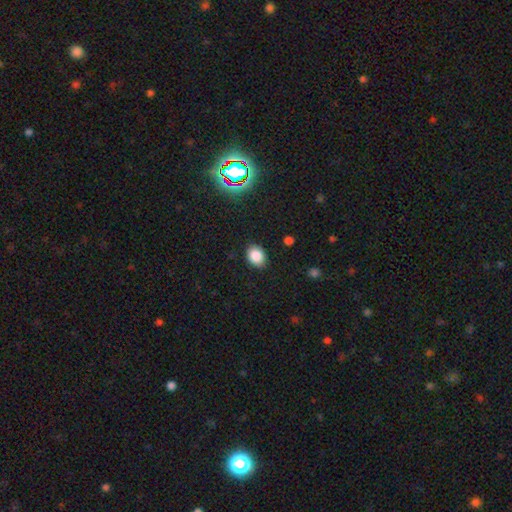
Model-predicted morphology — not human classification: The model was most divided on "how rounded": in between: 63%, round: 36%, cigar-shaped: 1%. More confident: merging — none (86%); smooth or featured — smooth (85%).